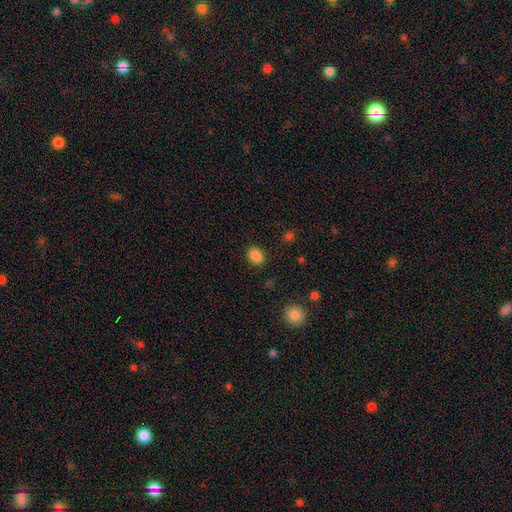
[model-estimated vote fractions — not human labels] Q: Smooth or featured?
A: smooth (87%); runner-up: star or artifact (10%)
Q: How rounded?
A: in between (59%); runner-up: round (40%)
Q: Merging?
A: none (87%); runner-up: minor disturbance (9%)